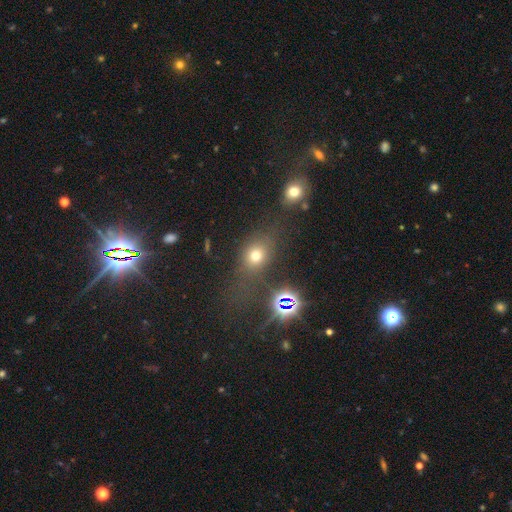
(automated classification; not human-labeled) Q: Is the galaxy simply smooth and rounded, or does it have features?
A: smooth — 65%.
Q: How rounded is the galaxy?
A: round — 49%, tied with in between.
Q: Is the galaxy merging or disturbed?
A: none — 66%.